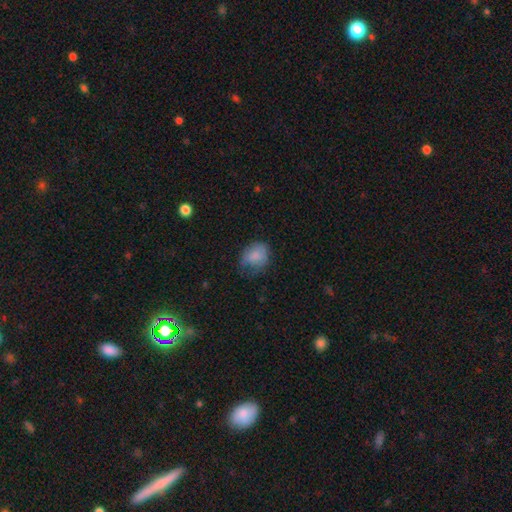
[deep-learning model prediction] A smooth galaxy with no disk features (80%) that is round (52%). Merging: none (46%).